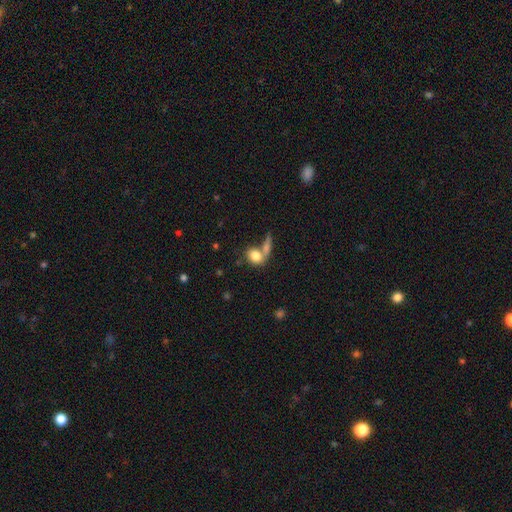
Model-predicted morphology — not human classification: Smooth or featured: smooth — 80% (featured or disk — 11%)
How rounded: in between — 60% (round — 37%)
Merging: merger — 46% (none — 37%)